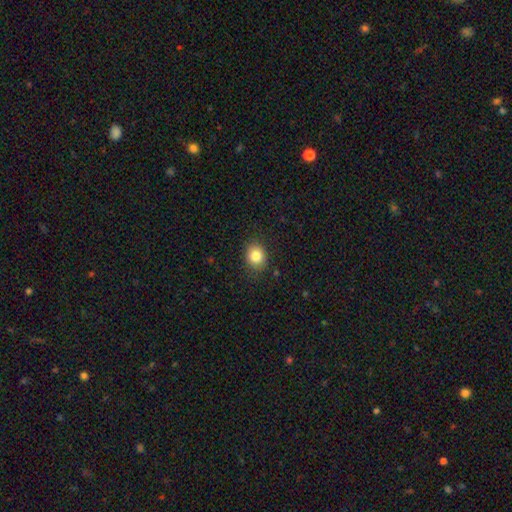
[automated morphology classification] type=smooth (83%); roundness=round (64%); merging=none (87%).